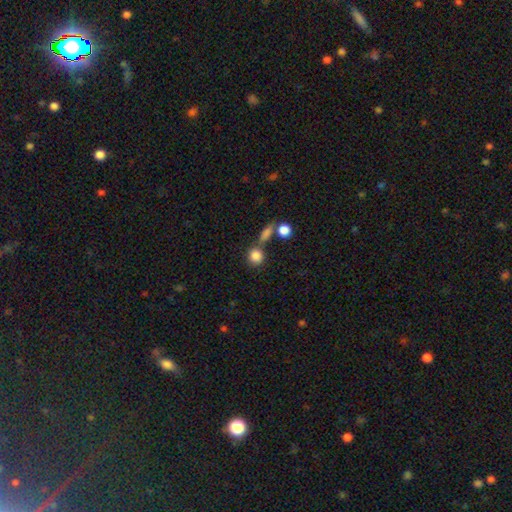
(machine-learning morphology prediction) Smooth or featured?
  - smooth: 84% *
  - star or artifact: 10%
  - featured or disk: 6%
How rounded?
  - round: 82% *
  - in between: 16%
  - cigar-shaped: 2%
Merging?
  - none: 60% *
  - merger: 24%
  - minor disturbance: 11%
  - major disturbance: 5%